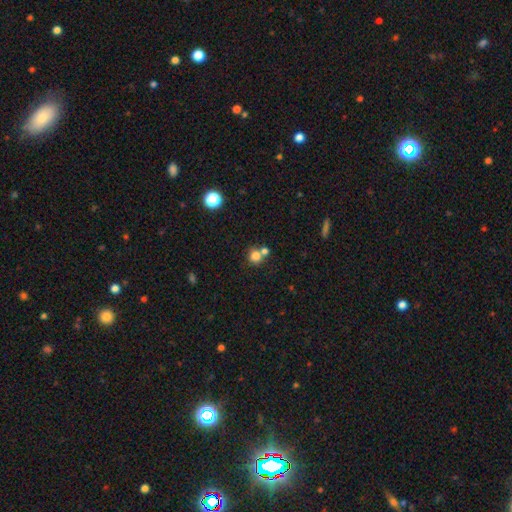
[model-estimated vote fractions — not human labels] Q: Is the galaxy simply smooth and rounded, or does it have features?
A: smooth — 79%.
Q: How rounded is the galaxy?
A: round — 89%.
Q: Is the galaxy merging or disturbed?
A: none — 54%.